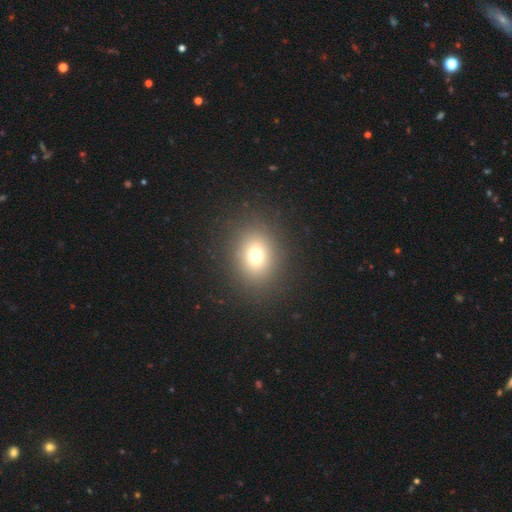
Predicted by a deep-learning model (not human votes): The model was most divided on "how rounded": round: 54%, in between: 45%, cigar-shaped: 1%. More confident: merging — none (88%); smooth or featured — smooth (73%).